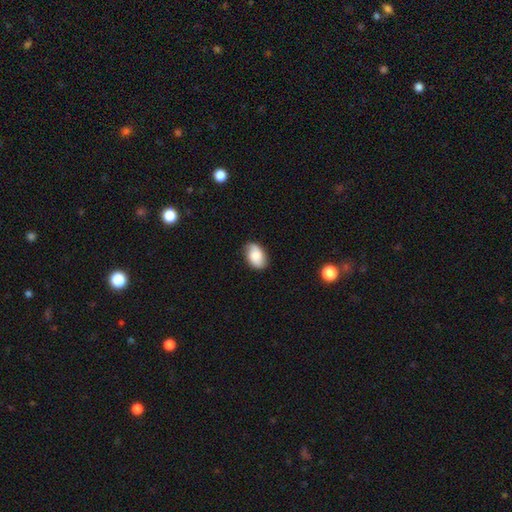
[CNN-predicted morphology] A smooth galaxy with no disk features (70%) that is in between round and cigar-shaped (89%).

Vote fractions:
- Smooth or featured? smooth: 70% / featured or disk: 22% / star or artifact: 8%
- How rounded? in between: 89% / round: 9% / cigar-shaped: 1%
- Merging? none: 80% / minor disturbance: 15% / major disturbance: 3% / merger: 1%